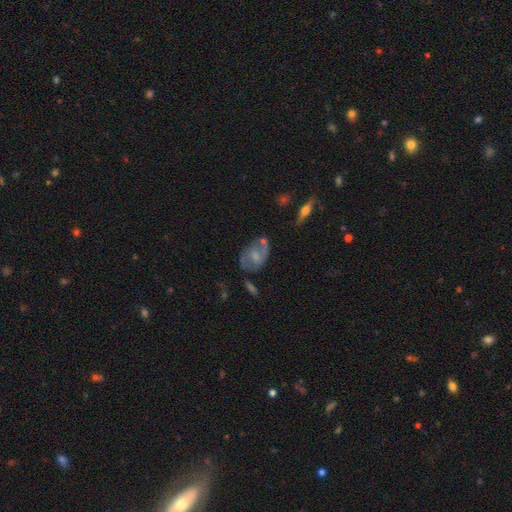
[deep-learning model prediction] Q: Smooth or featured?
A: featured or disk (50%); runner-up: smooth (42%)
Q: Merging?
A: none (50%); runner-up: minor disturbance (26%)